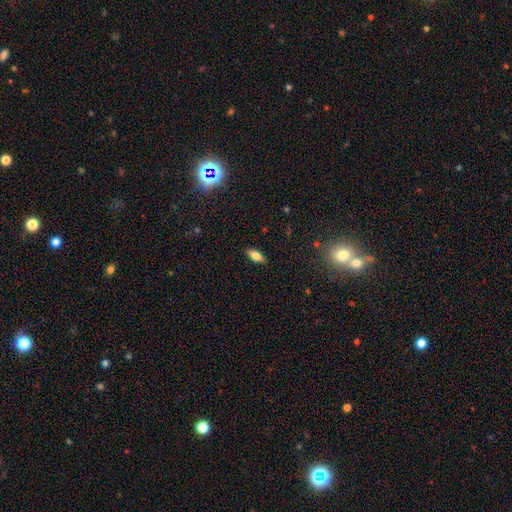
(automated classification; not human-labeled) A smooth galaxy with no disk features (72%) that is in between round and cigar-shaped (82%).

Vote fractions:
- Smooth or featured? smooth: 72% / featured or disk: 19% / star or artifact: 9%
- How rounded? in between: 82% / cigar-shaped: 15% / round: 3%
- Merging? none: 88% / minor disturbance: 9% / major disturbance: 2% / merger: 1%